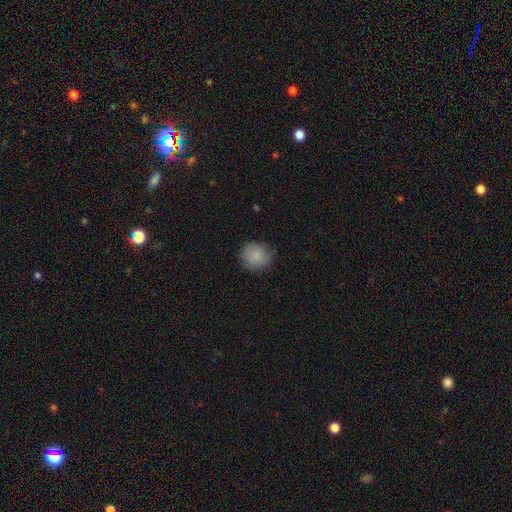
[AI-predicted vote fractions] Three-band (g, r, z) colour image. It shows a smooth galaxy with no disk features (86%) that is round (87%). Merging: none (82%).